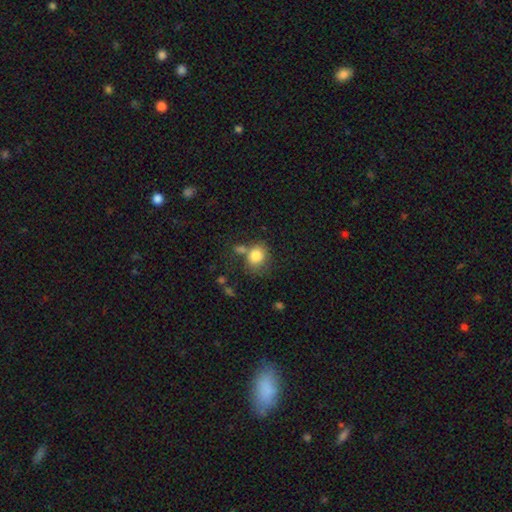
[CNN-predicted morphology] smooth_or_featured: smooth (p=0.82) [alt: star or artifact p=0.10]
how_rounded: round (p=0.63) [alt: in between p=0.36]
merging: none (p=0.54) [alt: merger p=0.22]